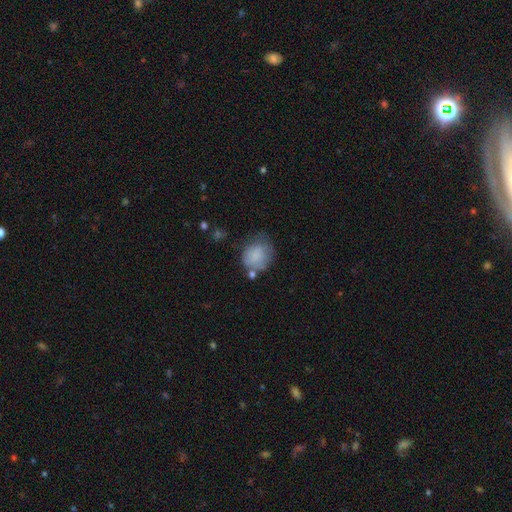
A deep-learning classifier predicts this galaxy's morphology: smooth_or_featured: smooth (p=0.77) [alt: featured or disk p=0.14]
how_rounded: round (p=0.64) [alt: in between p=0.35]
merging: none (p=0.46) [alt: minor disturbance p=0.30]